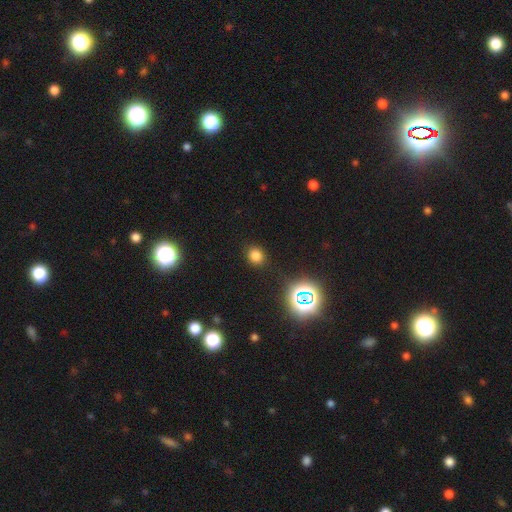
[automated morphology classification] smooth-or-featured: smooth: 75% | star or artifact: 20% | featured or disk: 5%
  how-rounded: round: 72% | in between: 27% | cigar-shaped: 1%
  merging: none: 87% | minor disturbance: 9% | major disturbance: 3% | merger: 2%